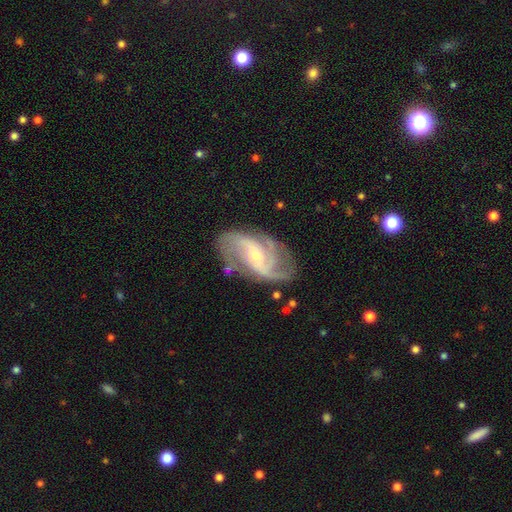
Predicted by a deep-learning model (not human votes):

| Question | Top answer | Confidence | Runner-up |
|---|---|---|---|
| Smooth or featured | featured or disk | 89% | smooth (5%) |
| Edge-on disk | no | 97% | yes (3%) |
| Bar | no | 41% | weak (40%) |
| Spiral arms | yes | 97% | no (3%) |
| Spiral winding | medium | 49% | tight (26%) |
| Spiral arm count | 2 | 39% | 3 (28%) |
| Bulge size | small | 68% | moderate (28%) |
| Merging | none | 71% | minor disturbance (18%) |